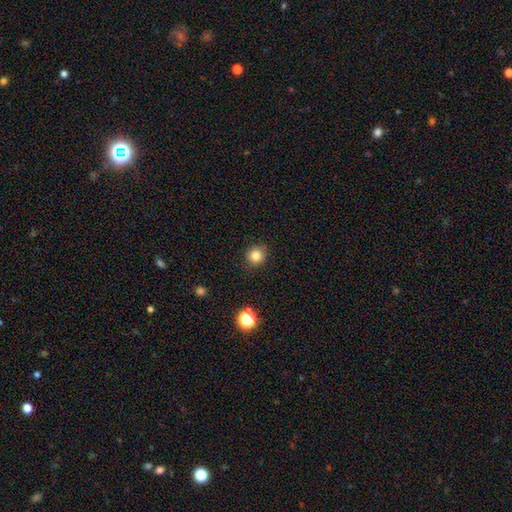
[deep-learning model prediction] smooth-or-featured: smooth: 82% | star or artifact: 13% | featured or disk: 5%
  how-rounded: round: 93% | in between: 6% | cigar-shaped: 1%
  merging: none: 89% | minor disturbance: 8% | major disturbance: 2% | merger: 1%